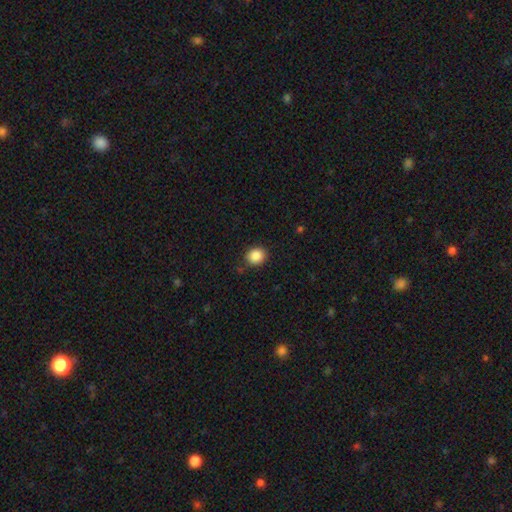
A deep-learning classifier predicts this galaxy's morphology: This is clearly a smooth galaxy (88%). How rounded: likely round (72%). Merging: clearly none (86%).